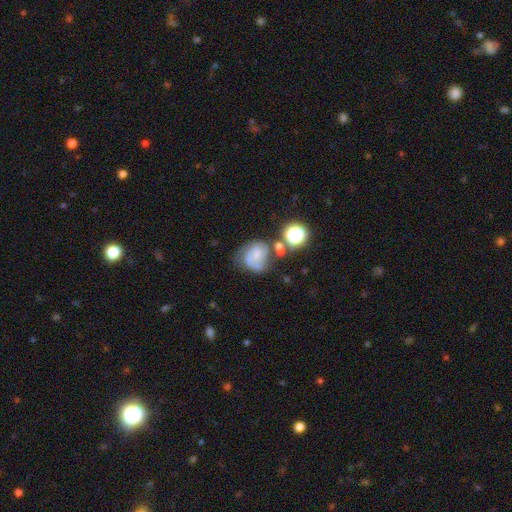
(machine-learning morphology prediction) A featured or disk galaxy (60%) with no bar (55%), 2 (59%) tight (43%) spiral arms (86%) and a small central bulge (49%). Merging: none (47%).